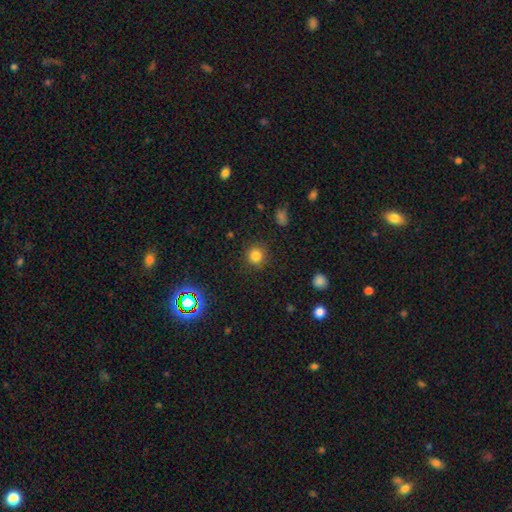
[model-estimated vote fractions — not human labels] Q: Smooth or featured?
A: smooth (80%); runner-up: star or artifact (14%)
Q: How rounded?
A: round (92%); runner-up: in between (7%)
Q: Merging?
A: none (88%); runner-up: minor disturbance (7%)